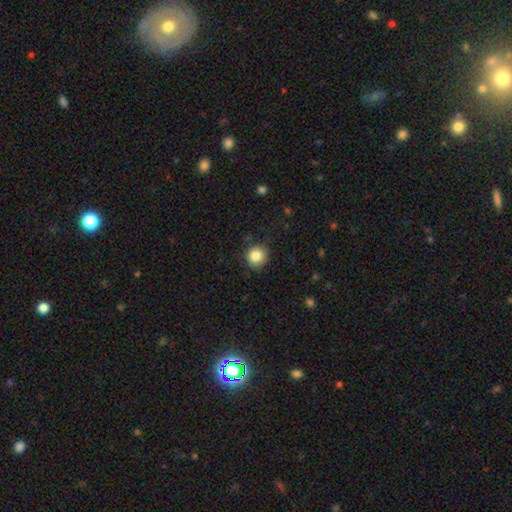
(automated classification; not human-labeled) Morphology: type=smooth (85%); roundness=round (90%); merging=none (84%).